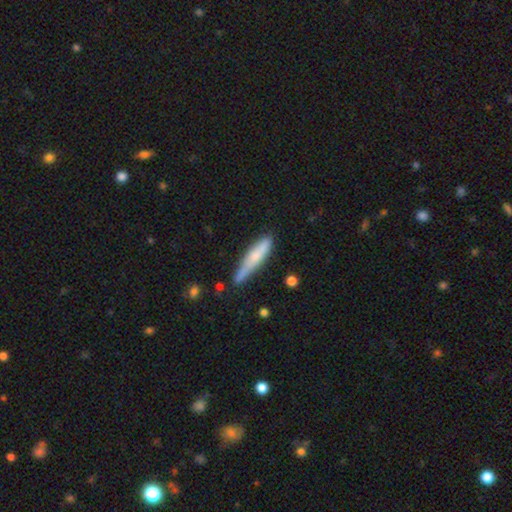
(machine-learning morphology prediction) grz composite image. It shows a smooth galaxy with no disk features (65%) that is cigar-shaped (85%). Merging: none (65%).